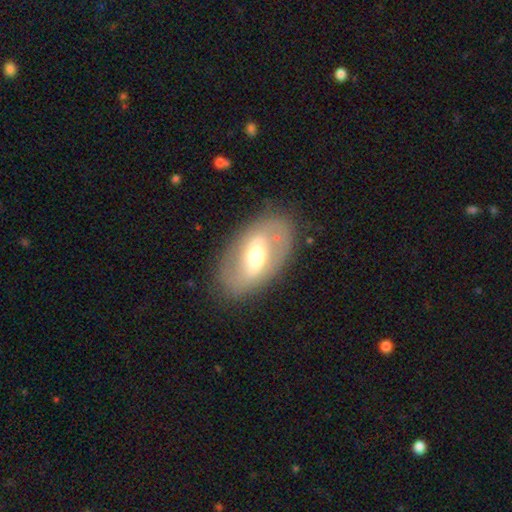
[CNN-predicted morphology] This appears to be a featured or disk galaxy (64%) with a strong bar (44%), spiral arms (50%, tied with no) and a moderate central bulge (65%). Merging: none (82%).